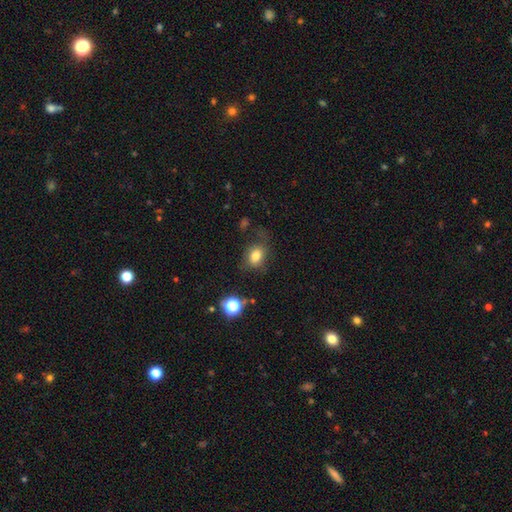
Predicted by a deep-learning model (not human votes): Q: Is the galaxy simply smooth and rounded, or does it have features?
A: smooth — 79%.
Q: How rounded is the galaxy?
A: in between — 62%.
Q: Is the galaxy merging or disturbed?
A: none — 61%.